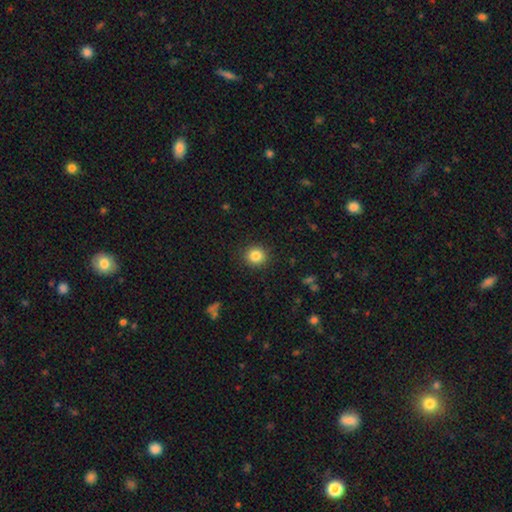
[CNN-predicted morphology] smooth-or-featured: smooth: 84% | star or artifact: 10% | featured or disk: 5%
  how-rounded: round: 85% | in between: 14% | cigar-shaped: 1%
  merging: none: 90% | minor disturbance: 6% | major disturbance: 2% | merger: 1%